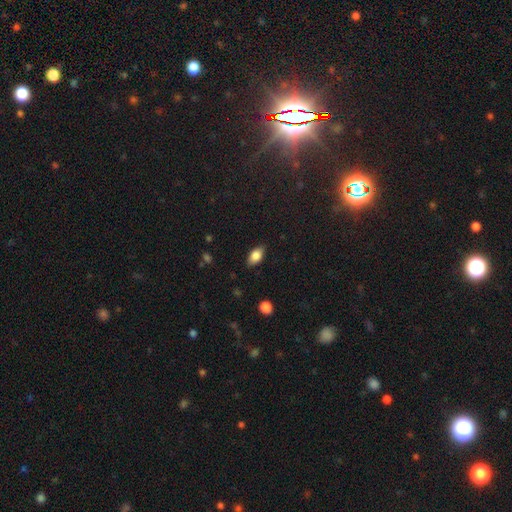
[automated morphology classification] smooth 82%, featured or disk 10%, star or artifact 8%. Down the decision tree: how rounded — in between (90%); merging — none (84%).